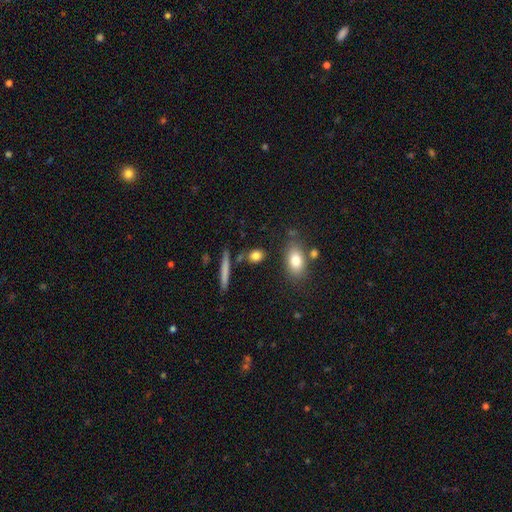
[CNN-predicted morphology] The model was most divided on "how rounded": in between: 55%, round: 33%, cigar-shaped: 12%. More confident: smooth or featured — smooth (80%); merging — none (79%).